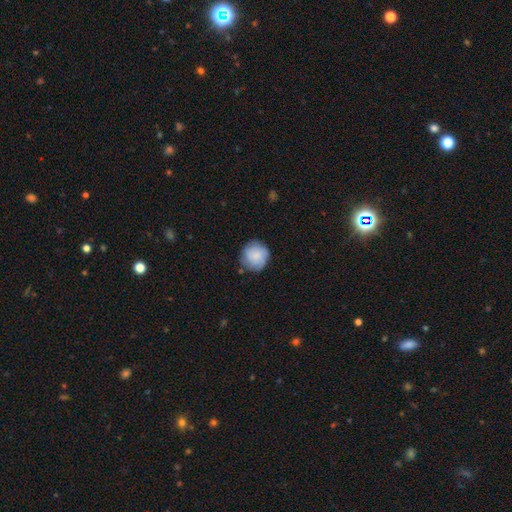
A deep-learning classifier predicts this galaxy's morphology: smooth_or_featured: smooth (p=0.74) [alt: featured or disk p=0.19]
how_rounded: round (p=0.90) [alt: in between p=0.09]
merging: none (p=0.76) [alt: minor disturbance p=0.17]